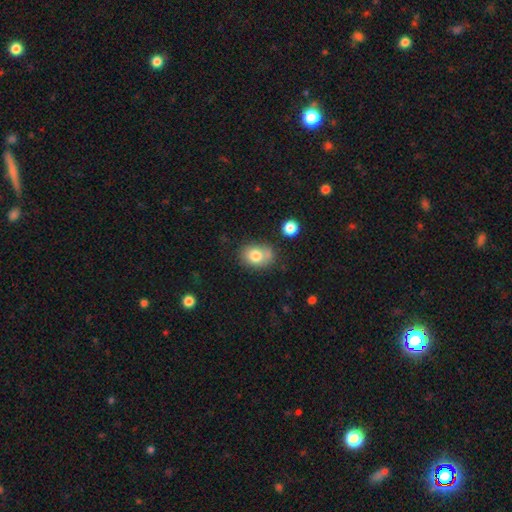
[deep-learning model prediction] Smooth or featured? smooth (79%)
How rounded? in between (59%)
Merging? none (59%)